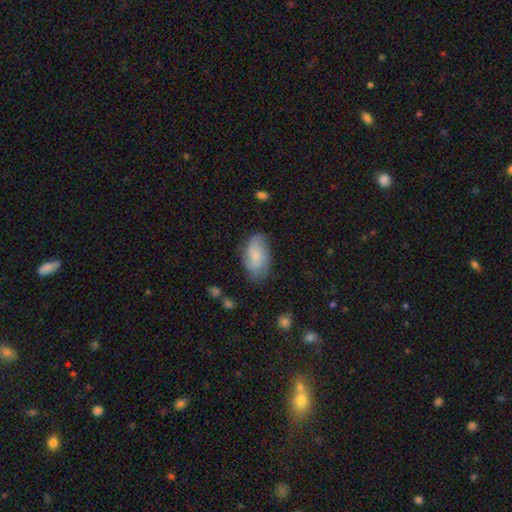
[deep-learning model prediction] Q: Smooth or featured?
A: smooth (53%); runner-up: featured or disk (39%)
Q: How rounded?
A: in between (92%); runner-up: round (5%)
Q: Merging?
A: none (66%); runner-up: minor disturbance (25%)